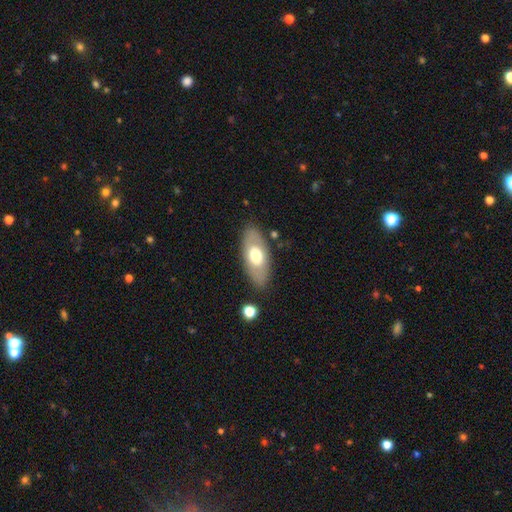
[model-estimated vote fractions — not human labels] Smooth or featured: smooth — 59% (featured or disk — 35%)
How rounded: in between — 90% (cigar-shaped — 7%)
Merging: none — 83% (minor disturbance — 12%)